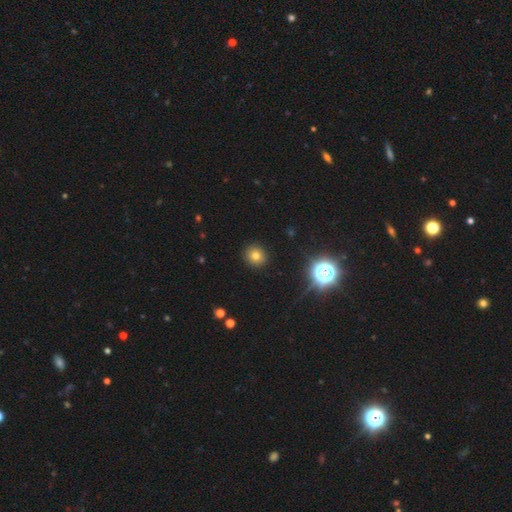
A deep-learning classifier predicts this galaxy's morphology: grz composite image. It shows a smooth galaxy with no disk features (74%) that is round (89%). Merging: none (91%).